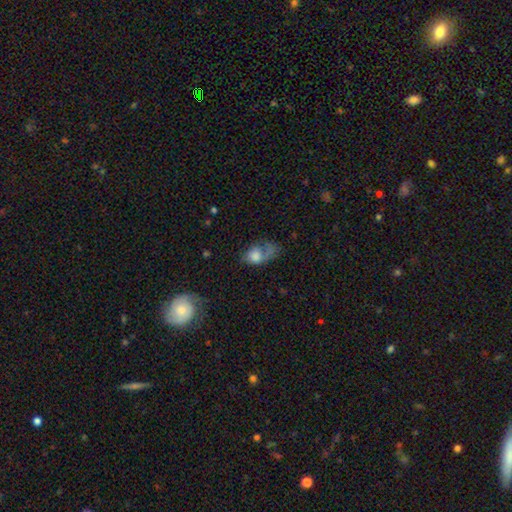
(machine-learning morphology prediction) Smooth or featured?
  - smooth: 63% *
  - featured or disk: 25%
  - star or artifact: 12%
How rounded?
  - in between: 71% *
  - round: 26%
  - cigar-shaped: 3%
Merging?
  - major disturbance: 39% *
  - none: 27%
  - minor disturbance: 22%
  - merger: 12%